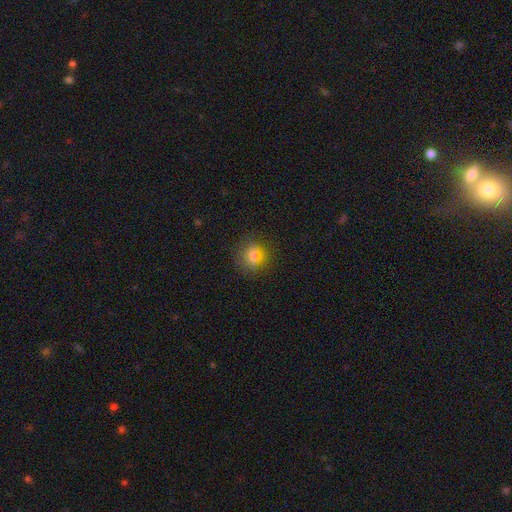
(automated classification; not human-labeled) Smooth or featured? Predicted: smooth (p=0.71). How rounded? Predicted: round (p=0.78). Merging? Predicted: none (p=0.86).